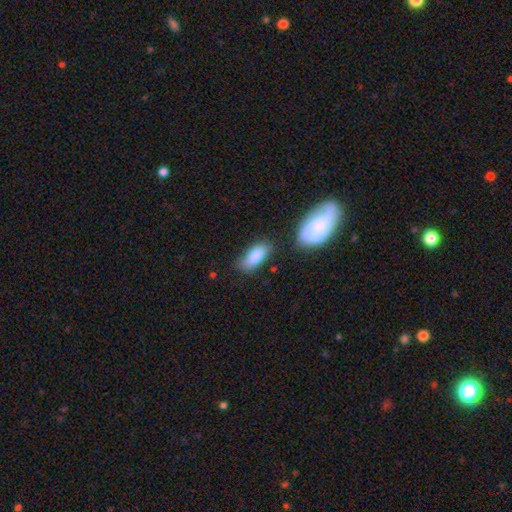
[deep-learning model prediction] This appears to be a smooth galaxy with no disk features (82%) that is in between round and cigar-shaped (86%). Merging: none (68%).